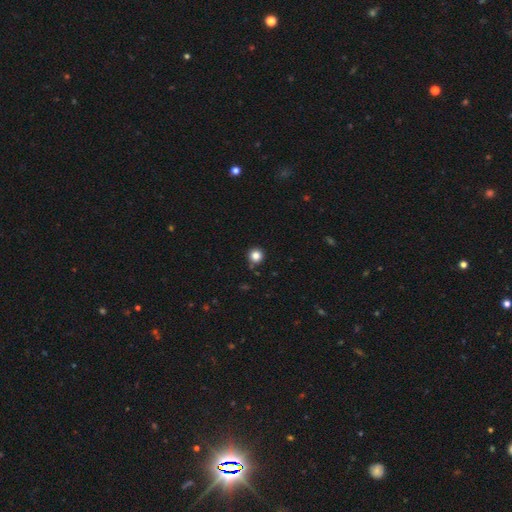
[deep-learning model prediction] Smooth or featured? smooth (83%)
How rounded? round (95%)
Merging? none (86%)